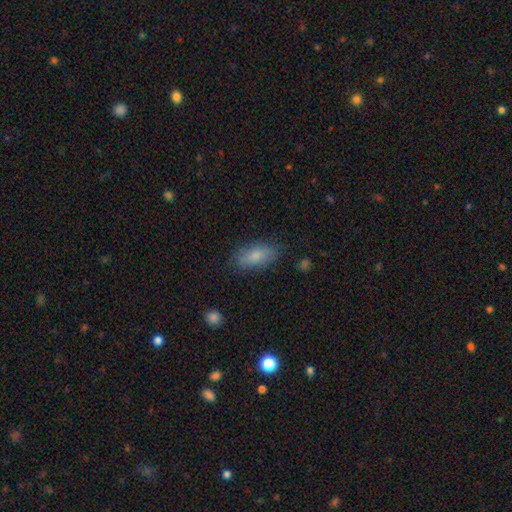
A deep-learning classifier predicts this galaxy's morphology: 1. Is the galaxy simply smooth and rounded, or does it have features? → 80% smooth, 12% featured or disk, 7% star or artifact.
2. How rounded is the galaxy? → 86% in between, 11% cigar-shaped, 3% round.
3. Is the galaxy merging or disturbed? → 81% none, 14% minor disturbance, 3% major disturbance, 1% merger.